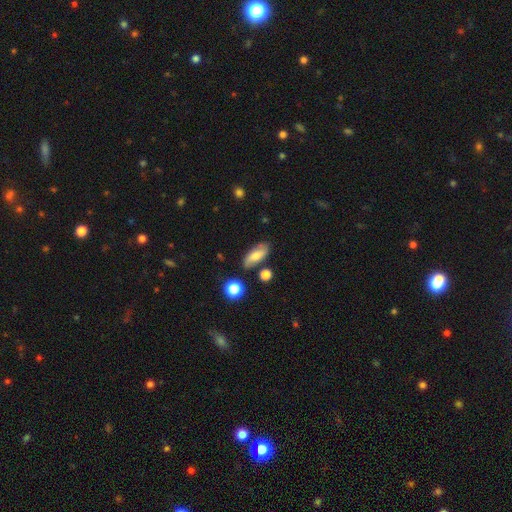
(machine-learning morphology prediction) This is possibly a smooth galaxy (60%). How rounded: clearly in between (80%). Merging: likely none (77%).